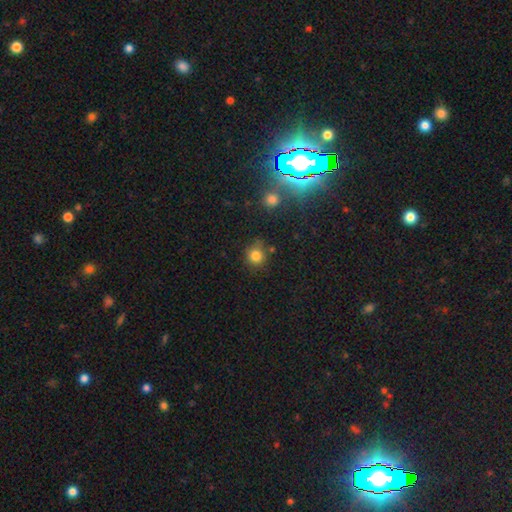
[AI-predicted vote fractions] Smooth or featured? Predicted: smooth (p=0.82). How rounded? Predicted: round (p=0.88). Merging? Predicted: none (p=0.74).